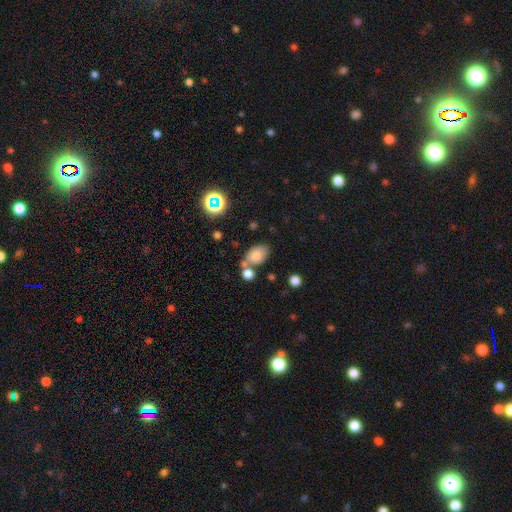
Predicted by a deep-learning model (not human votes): Smooth or featured: smooth — 79% (star or artifact — 11%)
How rounded: in between — 83% (round — 15%)
Merging: none — 56% (merger — 23%)